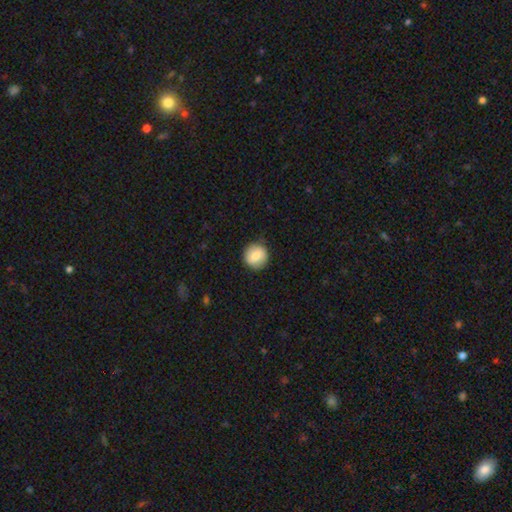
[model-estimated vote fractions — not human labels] This appears to be a smooth galaxy with no disk features (79%) that is round (93%). Merging: none (86%).